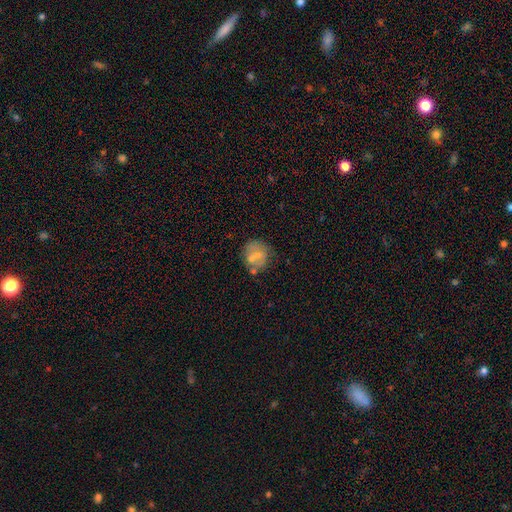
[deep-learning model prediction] smooth-or-featured: smooth: 56% | featured or disk: 35% | star or artifact: 9%
  how-rounded: round: 79% | in between: 19% | cigar-shaped: 1%
  merging: none: 55% | minor disturbance: 20% | merger: 17% | major disturbance: 9%